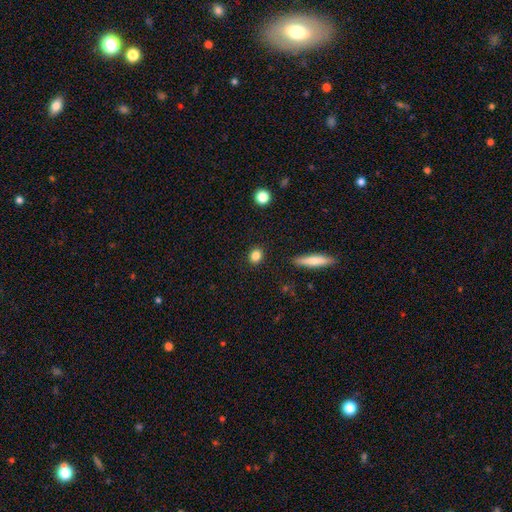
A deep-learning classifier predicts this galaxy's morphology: Overall: smooth (83%). How rounded: round (55%; in between 42%). Merging: none (90%).